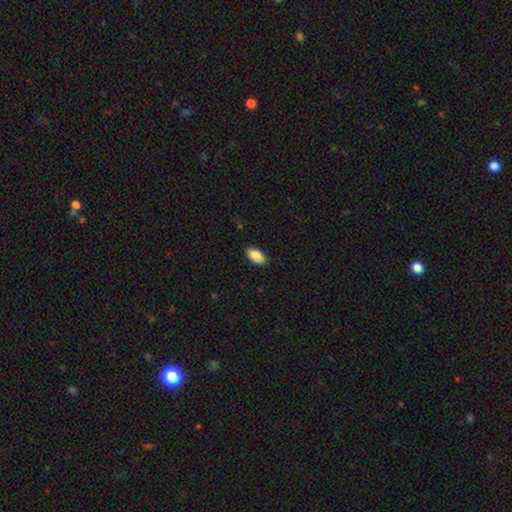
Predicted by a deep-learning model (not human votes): smooth_or_featured: smooth (p=0.86) [alt: featured or disk p=0.07]
how_rounded: in between (p=0.94) [alt: cigar-shaped p=0.04]
merging: none (p=0.89) [alt: minor disturbance p=0.08]